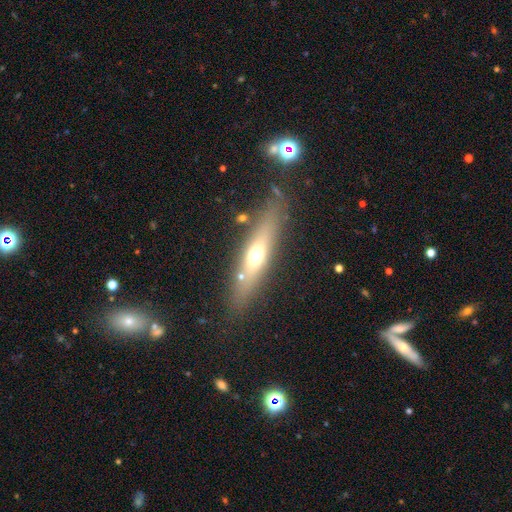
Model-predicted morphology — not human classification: smooth-or-featured: smooth: 49% | featured or disk: 42% | star or artifact: 9%
  merging: none: 81% | minor disturbance: 11% | major disturbance: 5% | merger: 3%